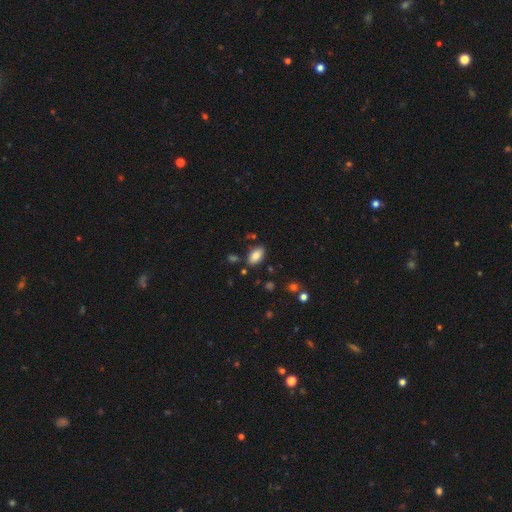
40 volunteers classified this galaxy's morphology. This is likely a smooth galaxy (75%). How rounded: clearly in between (97%). Merging: clearly none (81%).